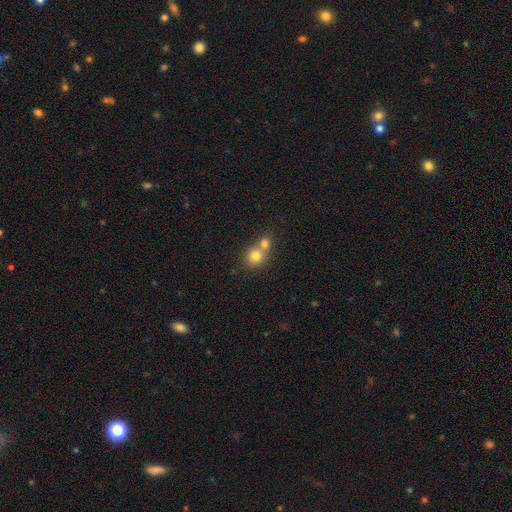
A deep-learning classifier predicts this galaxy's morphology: The model was most divided on "merging": merger: 58%, none: 34%, minor disturbance: 5%, major disturbance: 2%. More confident: how rounded — round (82%); smooth or featured — smooth (78%).